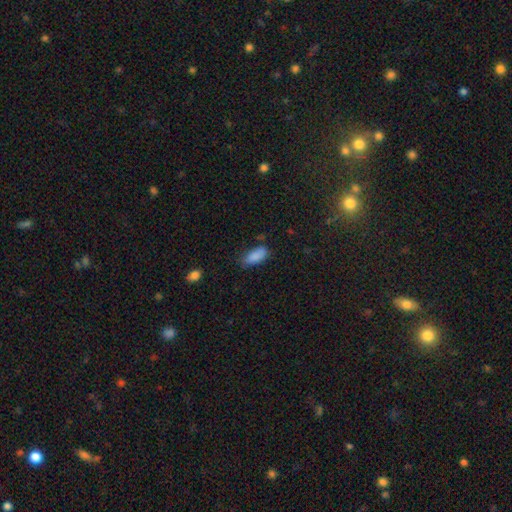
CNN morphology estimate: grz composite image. It shows a smooth galaxy with no disk features (87%) that is in between round and cigar-shaped (87%). Merging: none (65%).